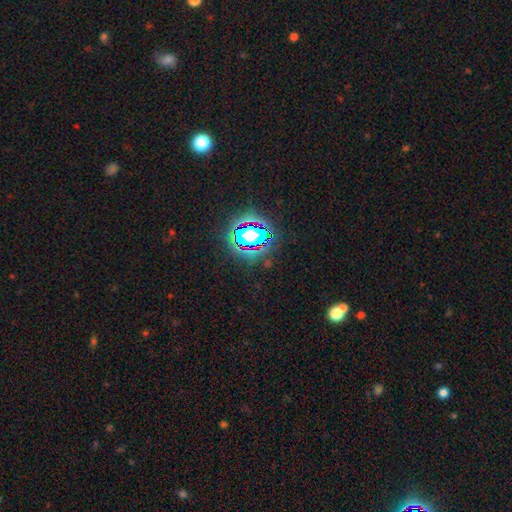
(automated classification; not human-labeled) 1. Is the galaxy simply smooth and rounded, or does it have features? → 81% star or artifact, 11% smooth, 8% featured or disk.